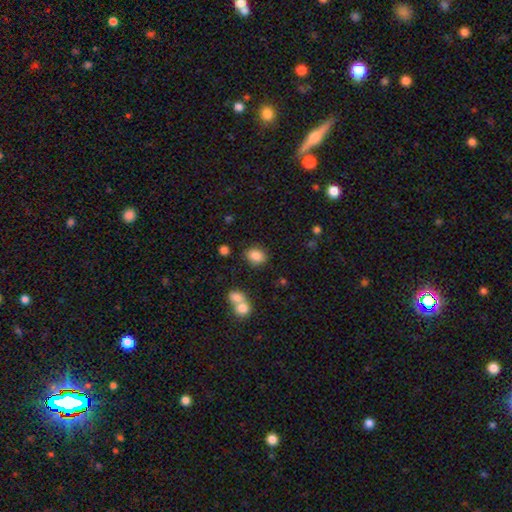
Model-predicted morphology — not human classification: This is clearly a smooth galaxy (84%). How rounded: possibly in between (59%). Merging: clearly none (80%).